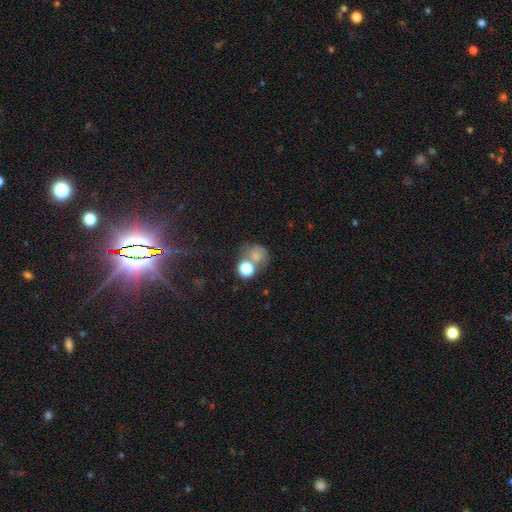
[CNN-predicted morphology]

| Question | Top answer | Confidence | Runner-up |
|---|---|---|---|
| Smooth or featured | smooth | 63% | featured or disk (20%) |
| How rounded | round | 70% | in between (29%) |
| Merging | merger | 36% | none (35%) |